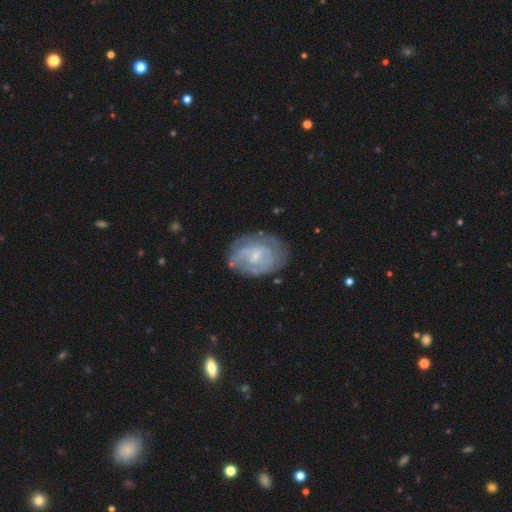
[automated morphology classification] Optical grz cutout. It shows a featured or disk galaxy (71%) with a weak bar (52%), spiral arms (73%) and a small central bulge (59%). Merging: none (67%).